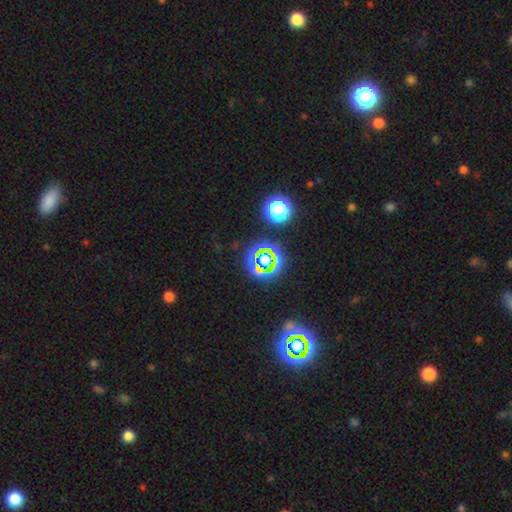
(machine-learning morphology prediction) smooth-or-featured: star or artifact: 73% | smooth: 20% | featured or disk: 8%